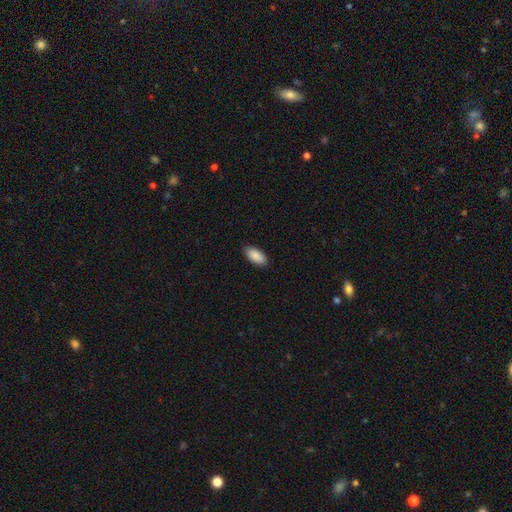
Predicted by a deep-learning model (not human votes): smooth-or-featured: smooth: 91% | star or artifact: 6% | featured or disk: 4%
  how-rounded: in between: 94% | cigar-shaped: 5% | round: 2%
  merging: none: 88% | minor disturbance: 9% | major disturbance: 2% | merger: 1%